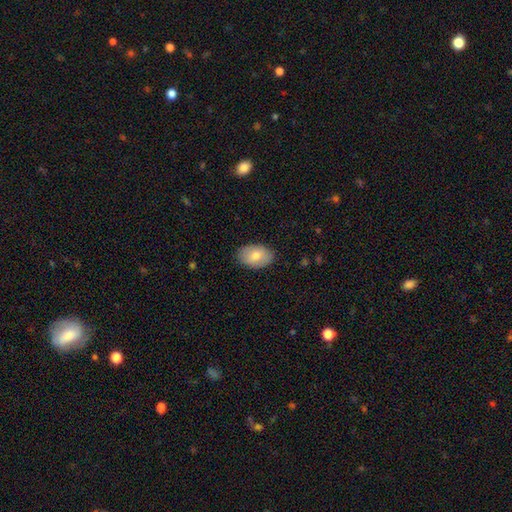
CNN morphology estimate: Smooth or featured: smooth — 78% (featured or disk — 15%)
How rounded: in between — 87% (round — 12%)
Merging: none — 87% (minor disturbance — 10%)